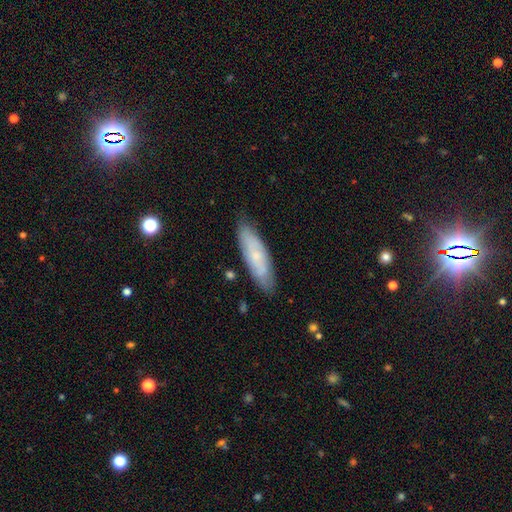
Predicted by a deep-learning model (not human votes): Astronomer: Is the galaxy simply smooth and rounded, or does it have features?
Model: smooth — 56% (runner-up: featured or disk, 37%).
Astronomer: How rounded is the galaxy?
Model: cigar-shaped — 59% (runner-up: in between, 39%).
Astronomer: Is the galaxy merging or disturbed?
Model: none — 82%.